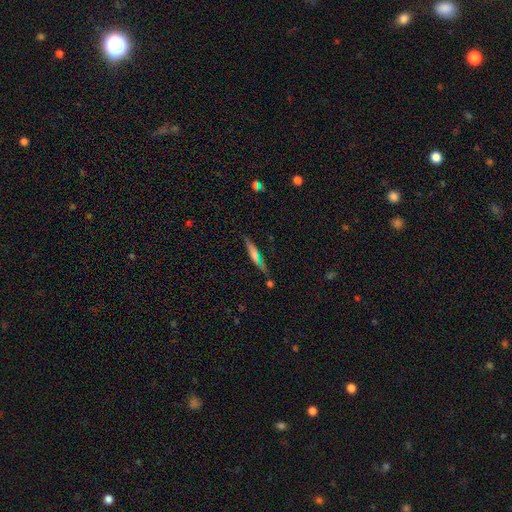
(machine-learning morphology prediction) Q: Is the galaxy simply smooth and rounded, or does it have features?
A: smooth — 46%.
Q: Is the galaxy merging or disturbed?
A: none — 73%.